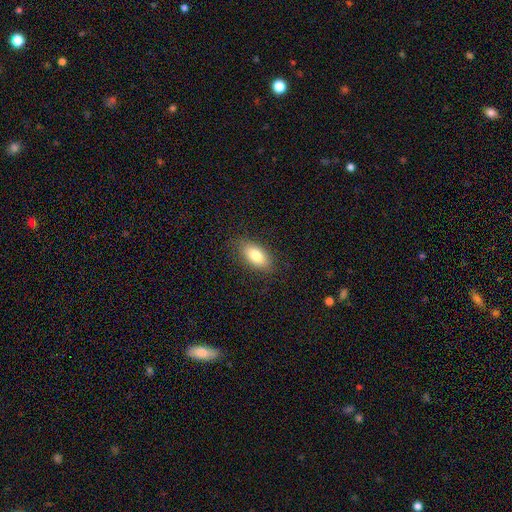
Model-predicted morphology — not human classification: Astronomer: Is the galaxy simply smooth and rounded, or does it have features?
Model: smooth — 81%.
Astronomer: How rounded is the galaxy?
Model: in between — 90%.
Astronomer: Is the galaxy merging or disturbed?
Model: none — 85%.